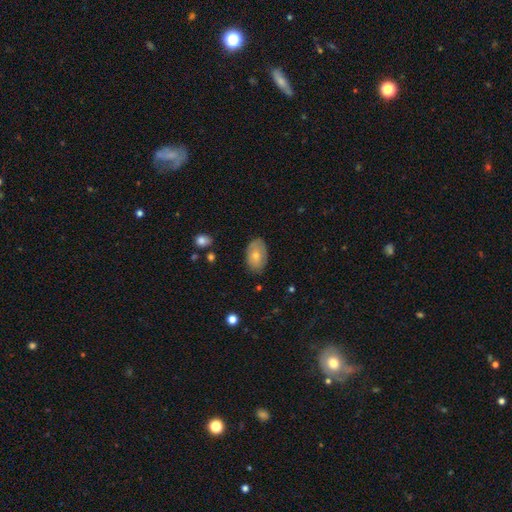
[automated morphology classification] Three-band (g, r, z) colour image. It shows a smooth galaxy with no disk features (67%) that is in between round and cigar-shaped (90%). Merging: none (77%).